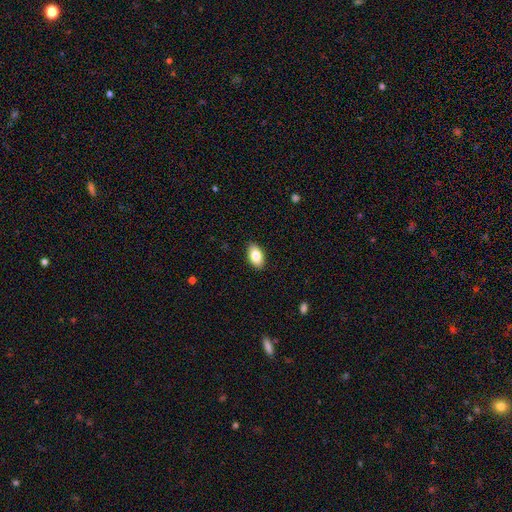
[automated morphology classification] smooth_or_featured: smooth (p=0.83) [alt: featured or disk p=0.10]
how_rounded: in between (p=0.93) [alt: round p=0.05]
merging: none (p=0.89) [alt: minor disturbance p=0.08]